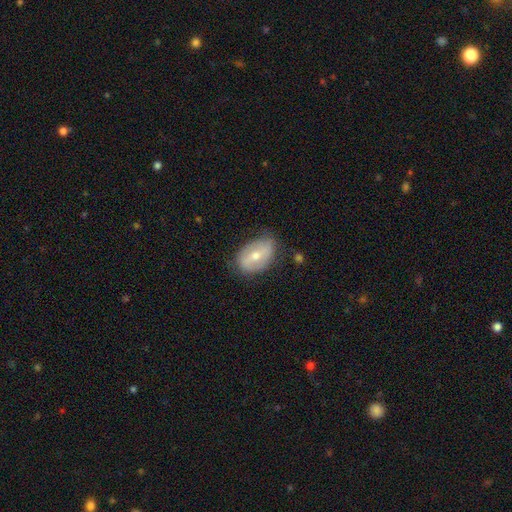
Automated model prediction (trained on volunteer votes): Smooth or featured?
  - featured or disk: 49% *
  - smooth: 43%
  - star or artifact: 8%
Merging?
  - none: 71% *
  - minor disturbance: 22%
  - major disturbance: 5%
  - merger: 1%